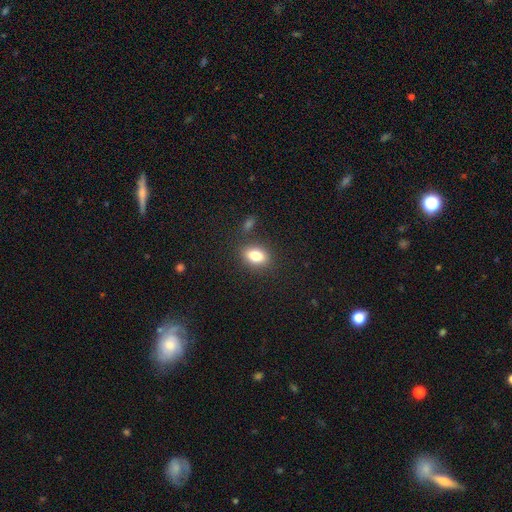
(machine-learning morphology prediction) A smooth galaxy with no disk features (81%) that is in between round and cigar-shaped (76%). Merging: none (81%).